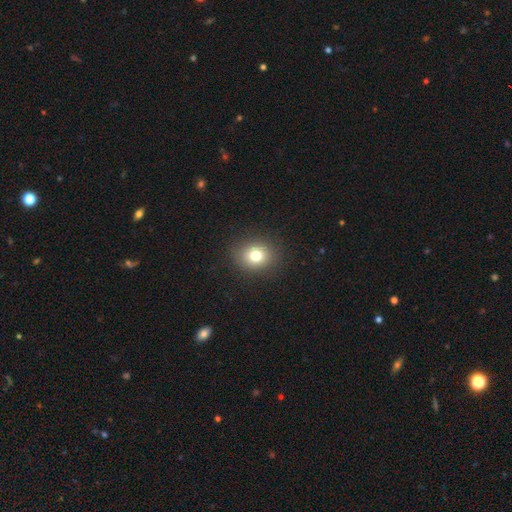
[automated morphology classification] This appears to be a smooth galaxy with no disk features (77%) that is round (70%). Merging: none (89%).